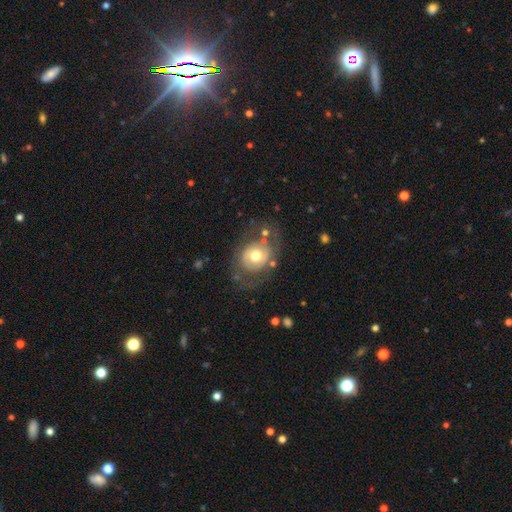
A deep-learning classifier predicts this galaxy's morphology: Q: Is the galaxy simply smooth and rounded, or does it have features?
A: featured or disk — 47%.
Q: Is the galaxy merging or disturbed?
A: none — 63%.